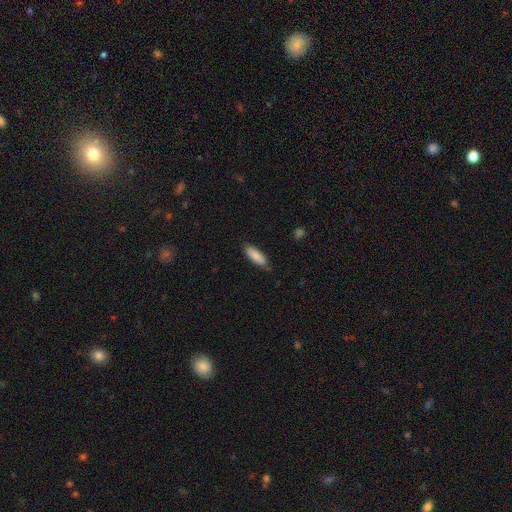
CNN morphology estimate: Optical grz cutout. It shows a smooth galaxy with no disk features (85%) that is in between round and cigar-shaped (63%). Merging: none (80%).